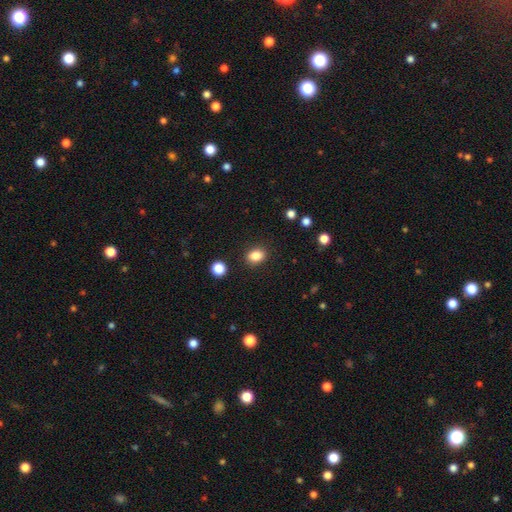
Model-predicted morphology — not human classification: This is clearly a smooth galaxy (86%). How rounded: likely in between (62%). Merging: clearly none (88%).